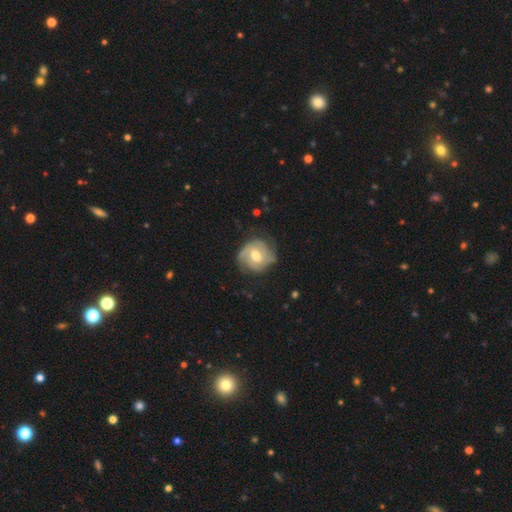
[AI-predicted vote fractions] A featured or disk galaxy (77%) with a weak bar (47%), 2 (44%) tight (52%) spiral arms (93%) and a moderate central bulge (70%). Merging: none (73%).